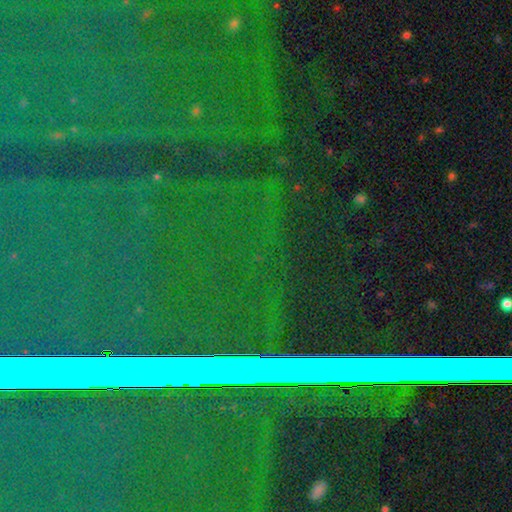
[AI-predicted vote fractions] The model was most divided on "smooth or featured": star or artifact: 83%, featured or disk: 9%, smooth: 8%.